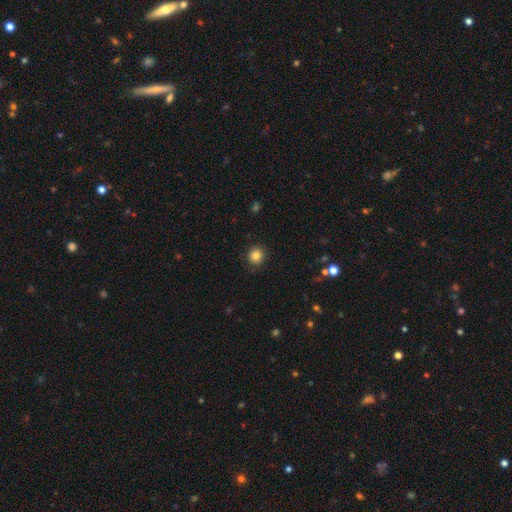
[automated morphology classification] A smooth galaxy with no disk features (84%) that is round (89%). Merging: none (88%).